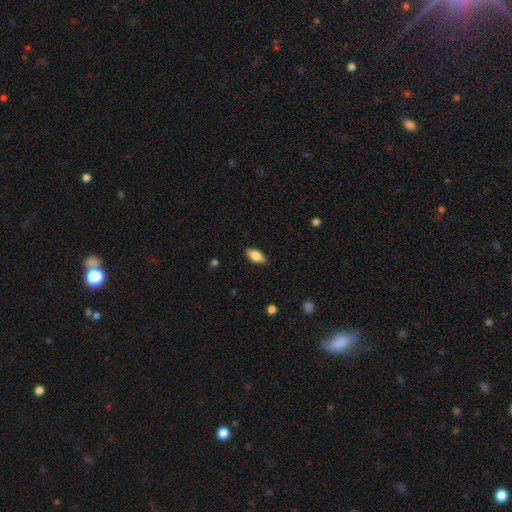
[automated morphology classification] This is likely a smooth galaxy (79%). How rounded: clearly in between (85%). Merging: clearly none (86%).